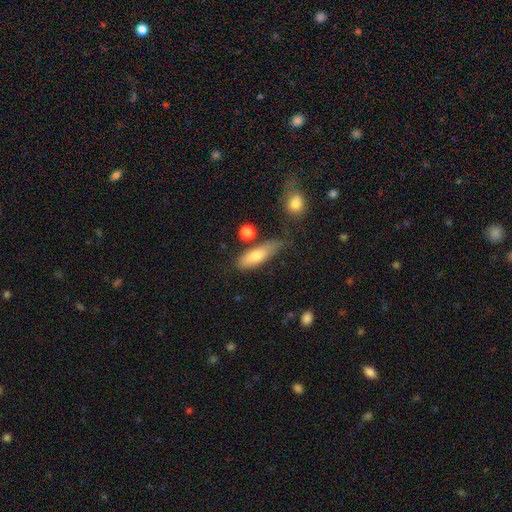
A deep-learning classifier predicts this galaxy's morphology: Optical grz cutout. It shows a smooth galaxy with no disk features (72%) that is in between round and cigar-shaped (52%). Merging: none (55%).